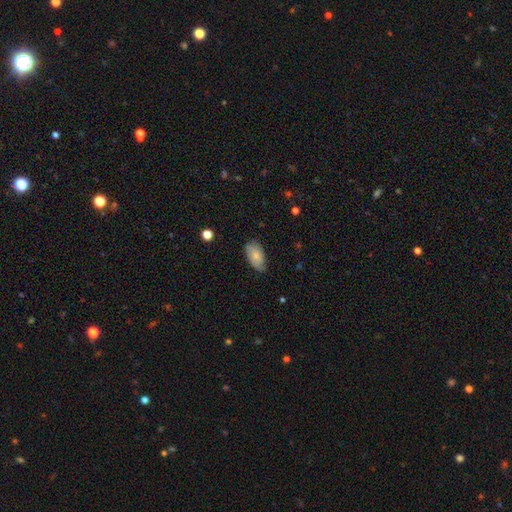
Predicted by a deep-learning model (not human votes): The model was most divided on "merging": none: 71%, minor disturbance: 24%, major disturbance: 4%, merger: 1%. More confident: how rounded — in between (94%); smooth or featured — smooth (72%).